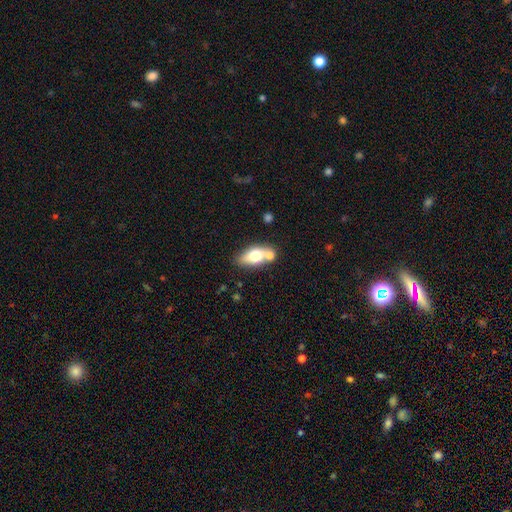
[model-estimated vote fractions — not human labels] Smooth or featured?
  - smooth: 65% *
  - featured or disk: 27%
  - star or artifact: 8%
How rounded?
  - in between: 79% *
  - cigar-shaped: 11%
  - round: 9%
Merging?
  - none: 56% *
  - merger: 25%
  - minor disturbance: 14%
  - major disturbance: 5%